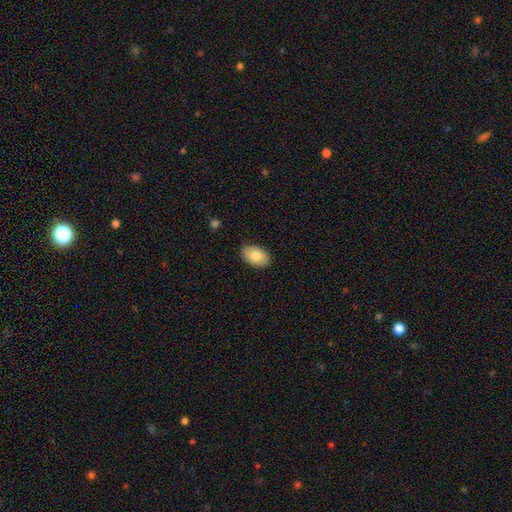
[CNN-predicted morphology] A smooth galaxy with no disk features (82%) that is in between round and cigar-shaped (92%). Merging: none (88%).